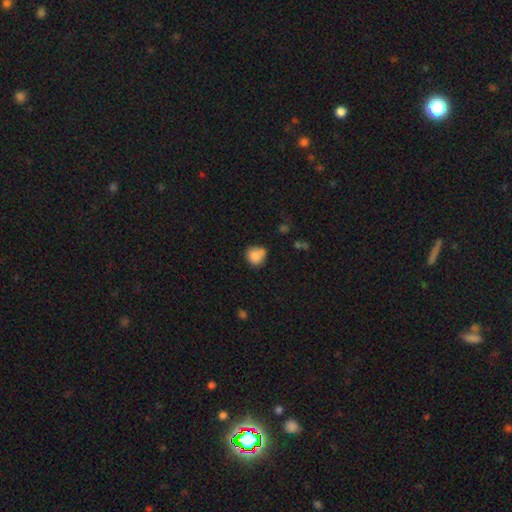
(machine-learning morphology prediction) Smooth or featured? smooth (84%)
How rounded? round (83%)
Merging? none (61%)